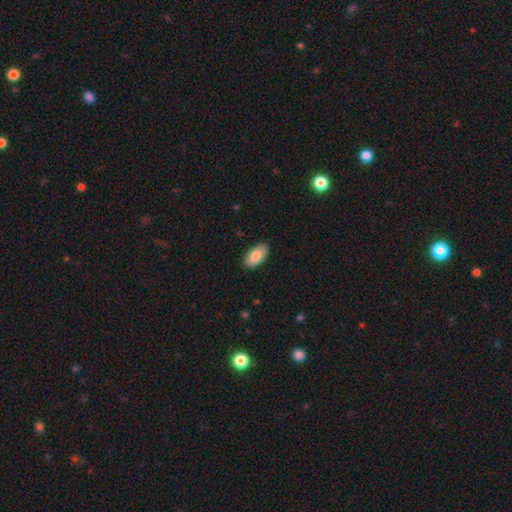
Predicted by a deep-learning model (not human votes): Q: Smooth or featured?
A: smooth (84%); runner-up: featured or disk (10%)
Q: How rounded?
A: in between (94%); runner-up: cigar-shaped (3%)
Q: Merging?
A: none (88%); runner-up: minor disturbance (9%)